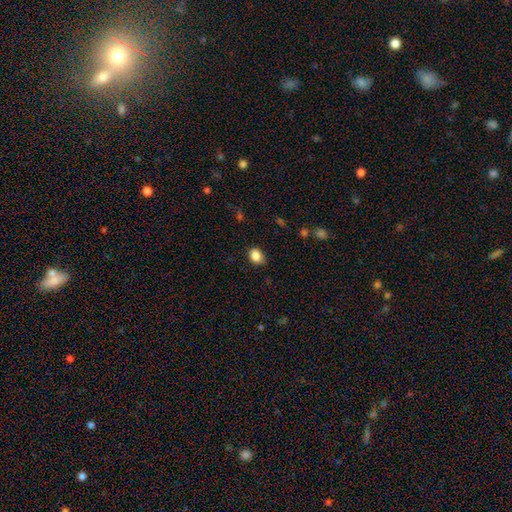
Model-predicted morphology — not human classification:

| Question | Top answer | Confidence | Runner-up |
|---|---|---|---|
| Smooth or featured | smooth | 87% | star or artifact (9%) |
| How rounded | in between | 66% | round (33%) |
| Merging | none | 80% | minor disturbance (16%) |